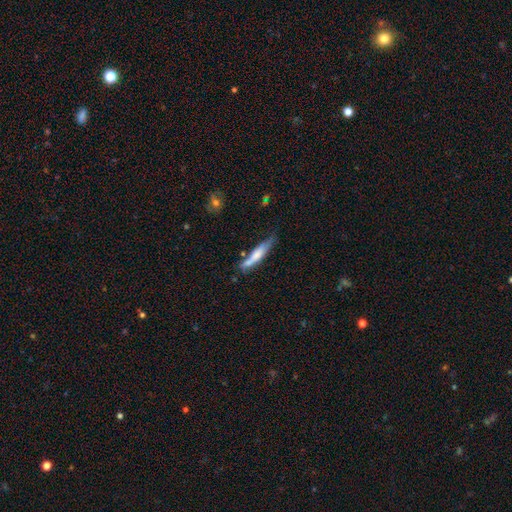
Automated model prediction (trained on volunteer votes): Smooth or featured? smooth (65%)
How rounded? cigar-shaped (87%)
Merging? none (56%)